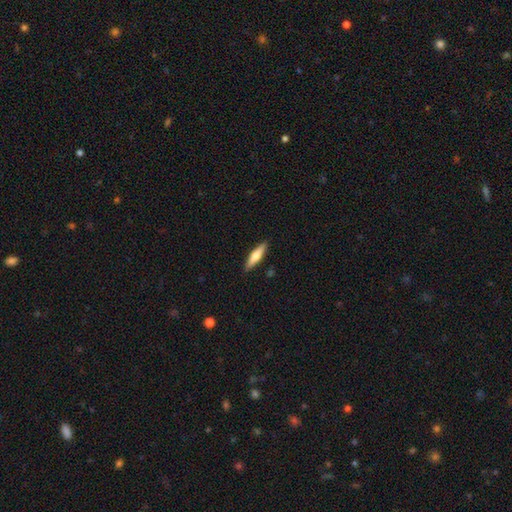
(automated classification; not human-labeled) Smooth or featured: smooth — 54% (featured or disk — 40%)
How rounded: cigar-shaped — 76% (in between — 23%)
Merging: none — 89% (minor disturbance — 8%)